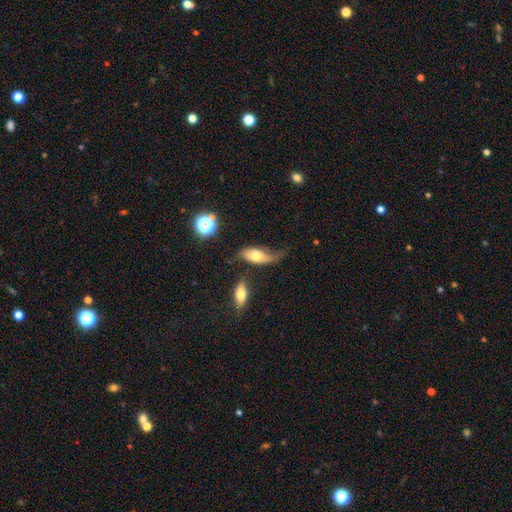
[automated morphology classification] Smooth or featured: smooth — 54% (featured or disk — 37%)
How rounded: in between — 83% (cigar-shaped — 12%)
Merging: major disturbance — 37% (minor disturbance — 28%)